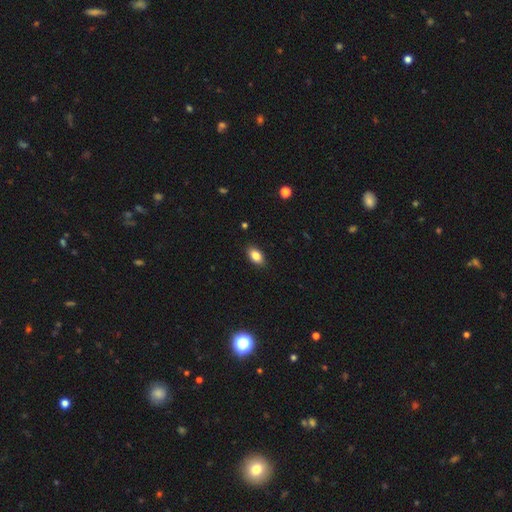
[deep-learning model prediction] This appears to be a smooth galaxy with no disk features (85%) that is in between round and cigar-shaped (91%). Merging: none (88%).